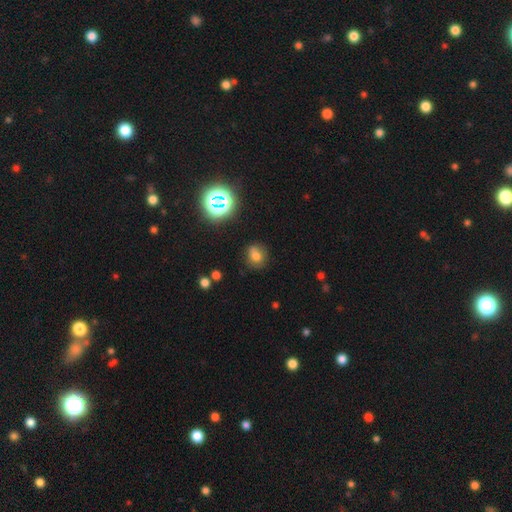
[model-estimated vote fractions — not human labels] Overall: smooth (69%). How rounded: round (72%). Merging: none (70%).